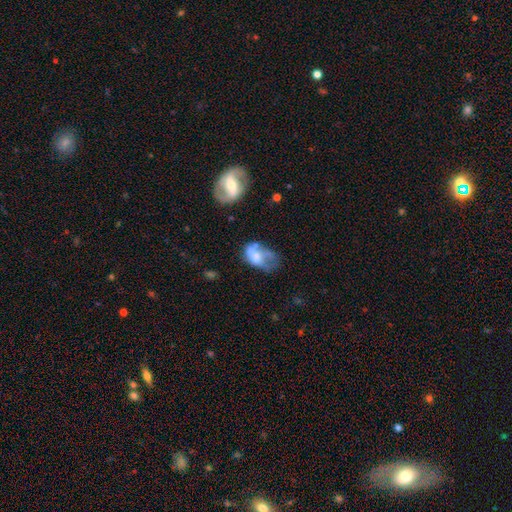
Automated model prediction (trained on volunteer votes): Overall: smooth (51%; featured or disk 39%). How rounded: in between (85%). Merging: major disturbance (34%; minor disturbance 26%).